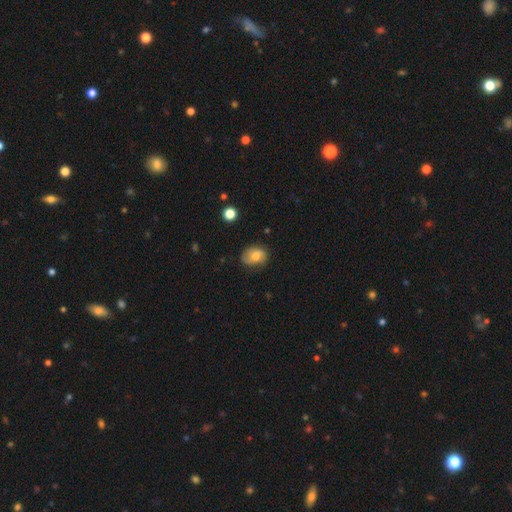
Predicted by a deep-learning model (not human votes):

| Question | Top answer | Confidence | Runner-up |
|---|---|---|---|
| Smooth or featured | smooth | 46% | featured or disk (45%) |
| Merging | none | 68% | minor disturbance (23%) |